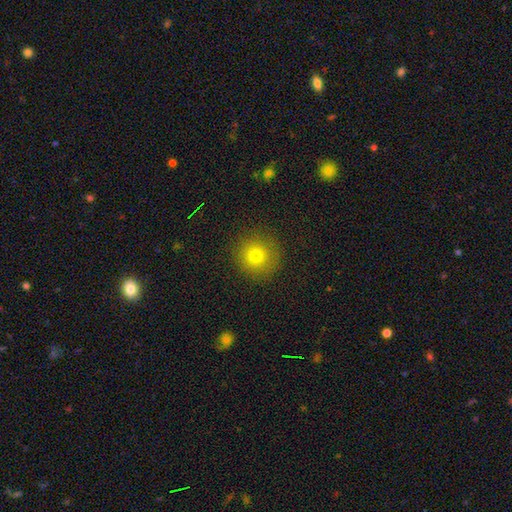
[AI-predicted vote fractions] The model was most divided on "smooth or featured": smooth: 76%, star or artifact: 15%, featured or disk: 9%. More confident: how rounded — round (94%); merging — none (89%).